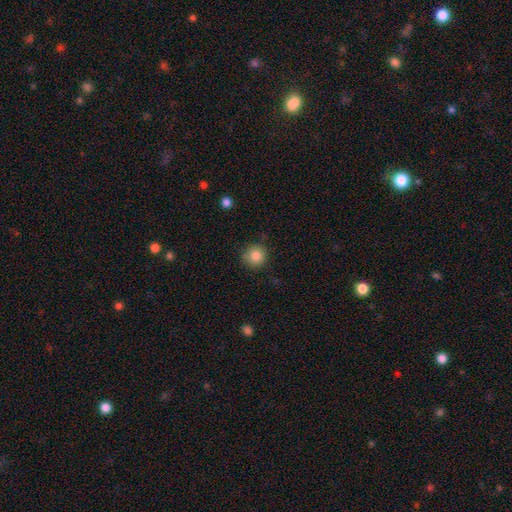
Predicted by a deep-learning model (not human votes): Smooth or featured: smooth — 85% (star or artifact — 10%)
How rounded: round — 92% (in between — 7%)
Merging: none — 79% (minor disturbance — 15%)